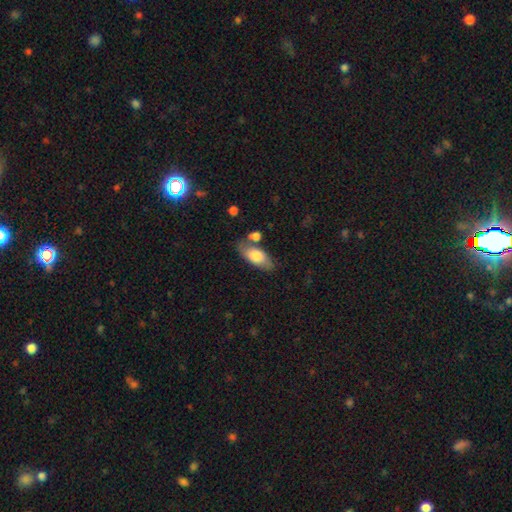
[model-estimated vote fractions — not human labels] Overall: smooth (73%). How rounded: in between (87%). Merging: none (62%).